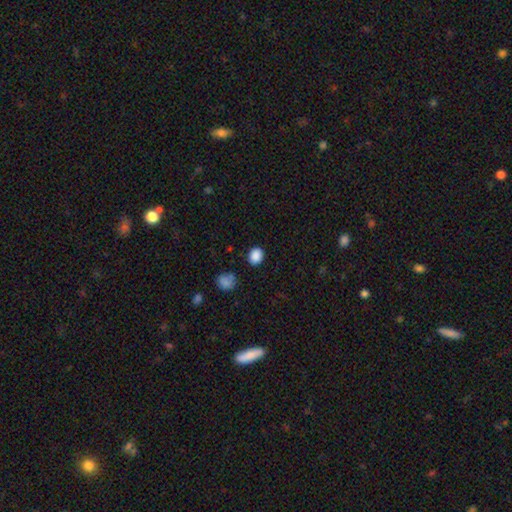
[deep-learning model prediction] Smooth or featured: smooth — 88% (star or artifact — 10%)
How rounded: round — 55% (in between — 44%)
Merging: none — 86% (minor disturbance — 9%)